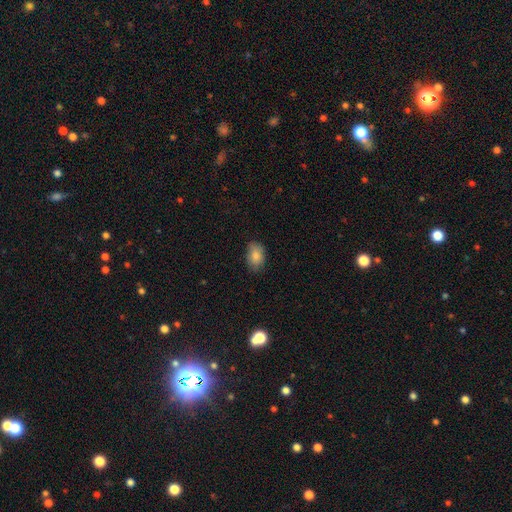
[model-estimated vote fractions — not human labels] The model was most divided on "merging": none: 78%, minor disturbance: 18%, major disturbance: 3%, merger: 1%. More confident: how rounded — in between (87%); smooth or featured — smooth (86%).